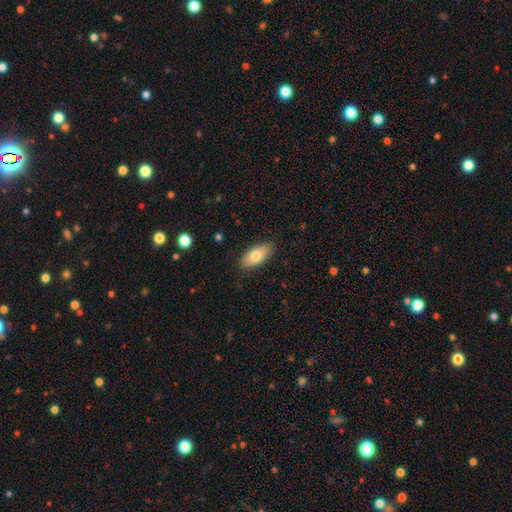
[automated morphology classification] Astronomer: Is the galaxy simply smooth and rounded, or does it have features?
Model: smooth — 79%.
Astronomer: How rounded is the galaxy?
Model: in between — 87%.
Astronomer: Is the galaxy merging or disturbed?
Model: none — 86%.